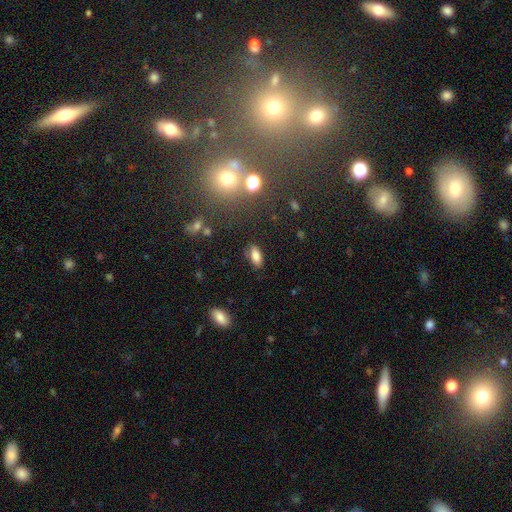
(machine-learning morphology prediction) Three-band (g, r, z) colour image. It shows a smooth galaxy with no disk features (80%) that is in between round and cigar-shaped (85%). Merging: none (83%).